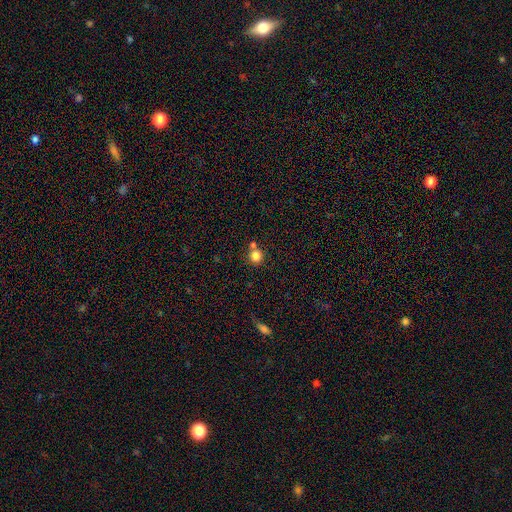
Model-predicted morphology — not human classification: This appears to be a smooth galaxy with no disk features (83%) that is round (92%). Merging: none (65%).